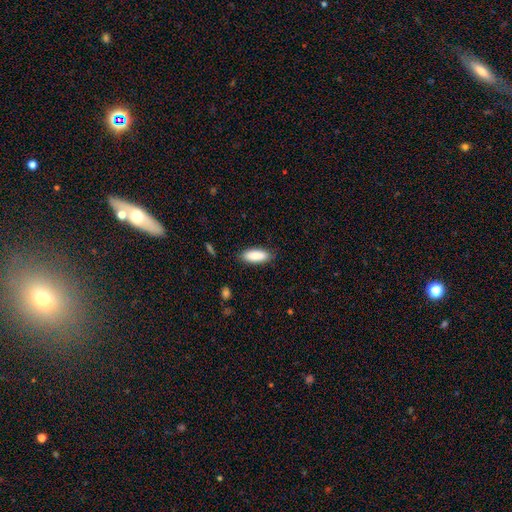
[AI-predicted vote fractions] Smooth or featured?
  - smooth: 89% *
  - star or artifact: 6%
  - featured or disk: 5%
How rounded?
  - in between: 75% *
  - cigar-shaped: 23%
  - round: 2%
Merging?
  - none: 86% *
  - minor disturbance: 11%
  - major disturbance: 3%
  - merger: 1%